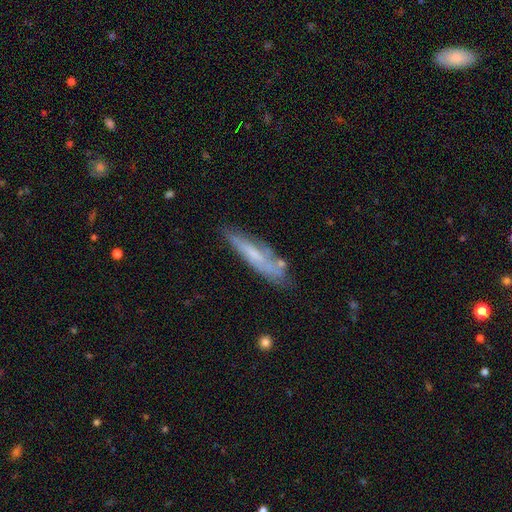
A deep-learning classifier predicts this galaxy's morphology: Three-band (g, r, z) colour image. It shows a featured or disk galaxy (48%). Merging: none (61%).